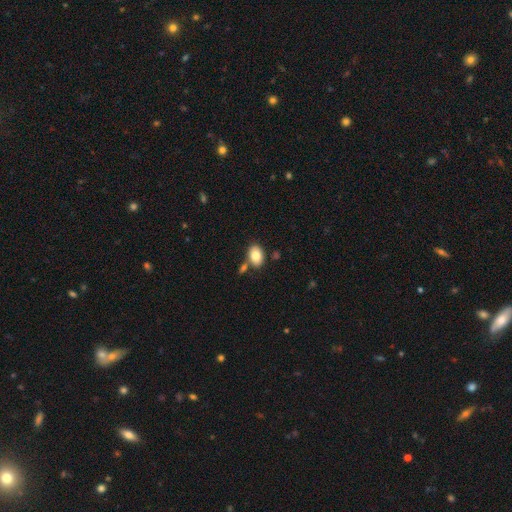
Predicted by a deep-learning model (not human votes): The model was most divided on "merging": none: 72%, merger: 14%, minor disturbance: 12%, major disturbance: 3%. More confident: how rounded — in between (85%); smooth or featured — smooth (82%).